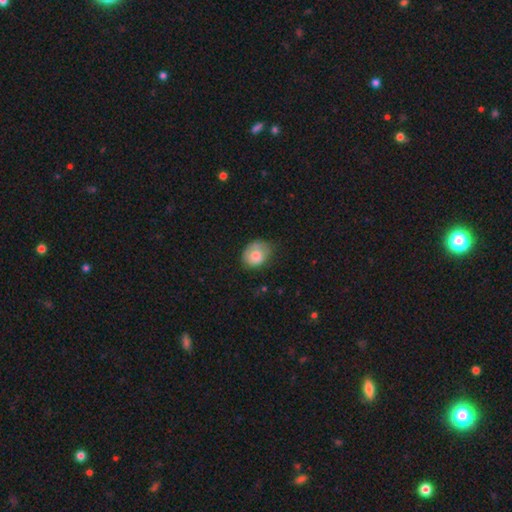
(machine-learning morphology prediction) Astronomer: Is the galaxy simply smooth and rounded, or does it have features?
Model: smooth — 73%.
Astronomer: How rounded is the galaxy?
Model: round — 54% (runner-up: in between, 45%).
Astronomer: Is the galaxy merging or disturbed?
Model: none — 48% (runner-up: minor disturbance, 36%).